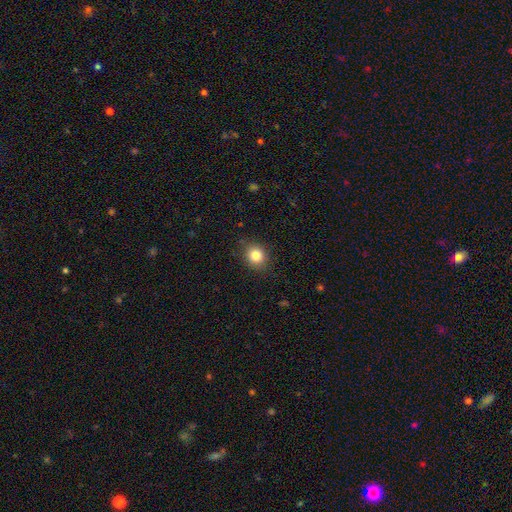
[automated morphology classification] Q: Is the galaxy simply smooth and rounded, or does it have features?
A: smooth — 83%.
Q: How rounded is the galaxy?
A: round — 72%.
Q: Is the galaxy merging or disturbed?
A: none — 86%.